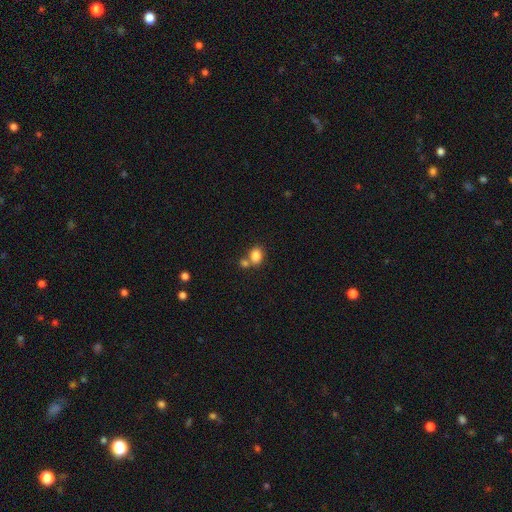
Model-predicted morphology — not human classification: smooth_or_featured: smooth (p=0.83) [alt: star or artifact p=0.10]
how_rounded: in between (p=0.55) [alt: round p=0.44]
merging: none (p=0.53) [alt: merger p=0.34]